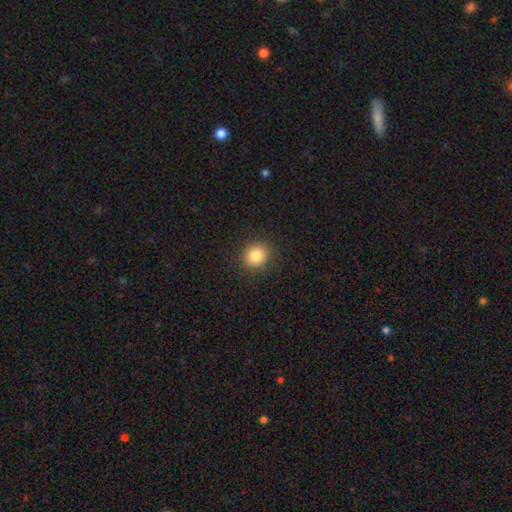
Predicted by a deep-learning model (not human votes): This is clearly a smooth galaxy (84%). How rounded: clearly round (85%). Merging: clearly none (90%).